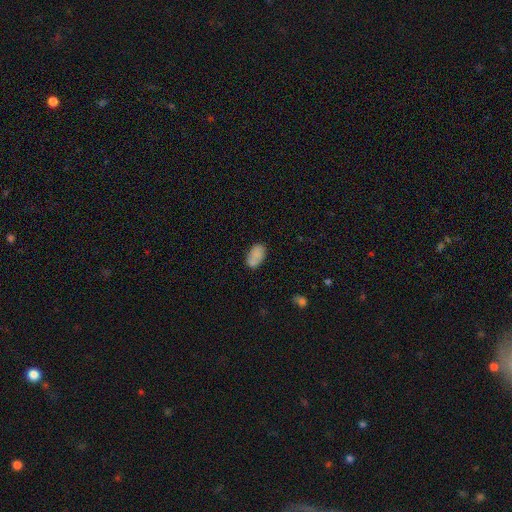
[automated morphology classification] The model was most divided on "merging": none: 59%, minor disturbance: 19%, merger: 16%, major disturbance: 6%. More confident: how rounded — in between (91%); smooth or featured — smooth (80%).